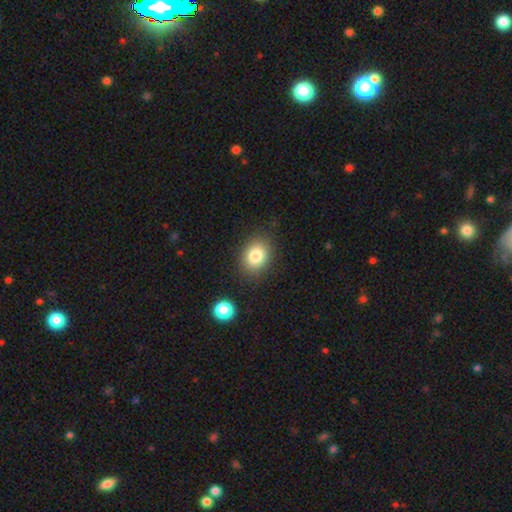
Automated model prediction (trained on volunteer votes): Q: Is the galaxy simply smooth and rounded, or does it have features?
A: smooth — 81%.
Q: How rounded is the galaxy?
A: in between — 57%.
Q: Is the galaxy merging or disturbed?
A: none — 83%.